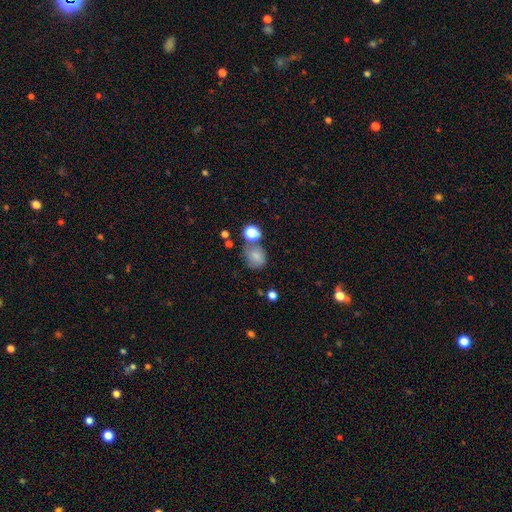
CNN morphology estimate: This is likely a smooth galaxy (76%). How rounded: likely round (71%). Merging: possibly none (55%).